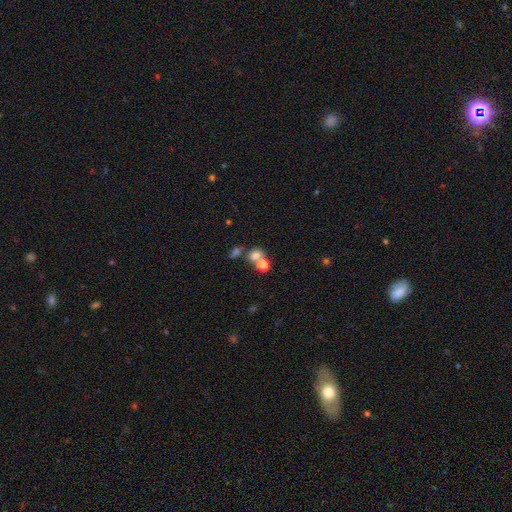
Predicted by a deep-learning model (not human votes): A smooth galaxy with no disk features (71%) that is round (53%).

Vote fractions:
- Smooth or featured? smooth: 71% / star or artifact: 17% / featured or disk: 12%
- How rounded? round: 53% / in between: 46% / cigar-shaped: 1%
- Merging? merger: 43% / none: 41% / minor disturbance: 10% / major disturbance: 6%